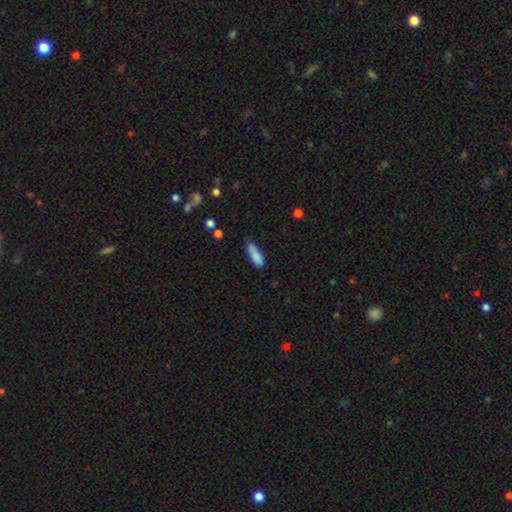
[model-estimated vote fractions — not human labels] Smooth or featured? Predicted: smooth (p=0.85). How rounded? Predicted: in between (p=0.56). Merging? Predicted: none (p=0.61).